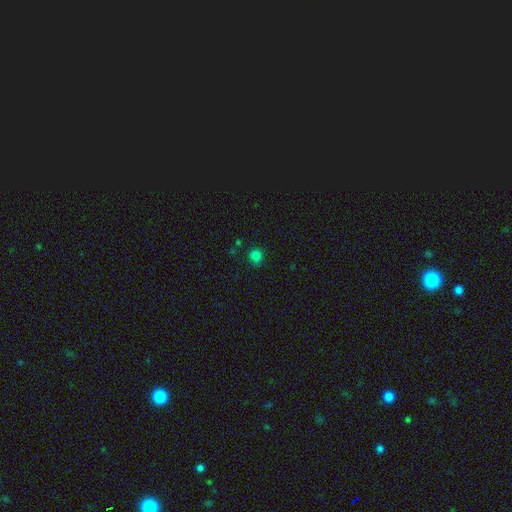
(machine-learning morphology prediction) Smooth or featured: smooth — 78% (star or artifact — 18%)
How rounded: round — 89% (in between — 10%)
Merging: none — 84% (minor disturbance — 10%)